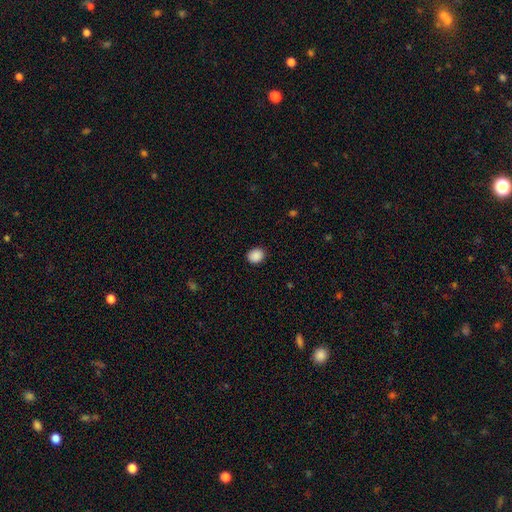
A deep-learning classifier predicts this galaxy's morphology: smooth-or-featured: smooth: 89% | star or artifact: 9% | featured or disk: 2%
  how-rounded: round: 68% | in between: 32% | cigar-shaped: 1%
  merging: none: 90% | minor disturbance: 7% | major disturbance: 2% | merger: 1%